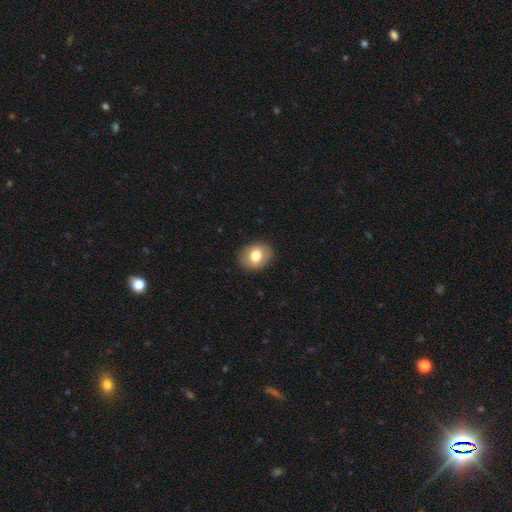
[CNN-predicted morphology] Q: Smooth or featured?
A: smooth (78%); runner-up: featured or disk (14%)
Q: How rounded?
A: round (50%); runner-up: in between (49%)
Q: Merging?
A: none (89%); runner-up: minor disturbance (8%)